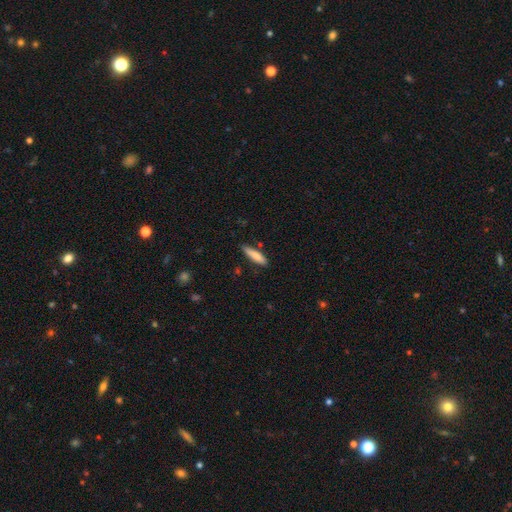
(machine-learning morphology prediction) The model was most divided on "how rounded": cigar-shaped: 77%, in between: 21%, round: 2%. More confident: merging — none (80%); smooth or featured — smooth (77%).